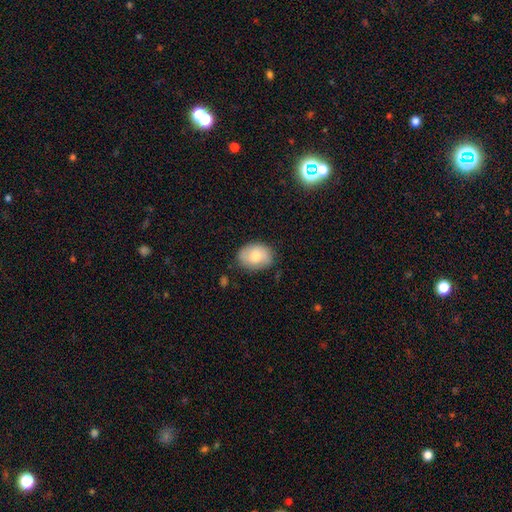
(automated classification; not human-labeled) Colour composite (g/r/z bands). It shows a smooth galaxy with no disk features (71%) that is in between round and cigar-shaped (65%). Merging: none (79%).